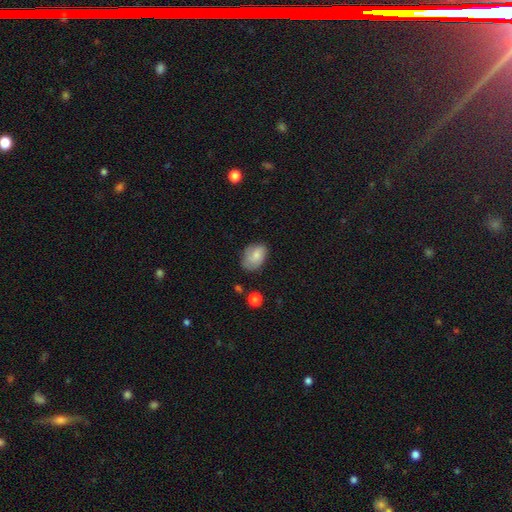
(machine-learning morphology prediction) A smooth galaxy with no disk features (71%) that is in between round and cigar-shaped (80%). Merging: none (63%).